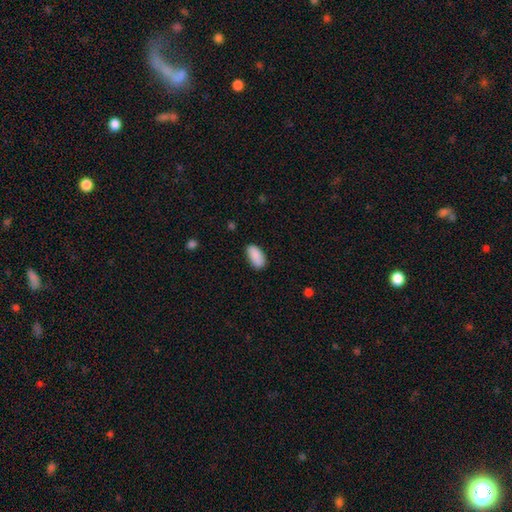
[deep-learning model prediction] A smooth galaxy with no disk features (90%) that is in between round and cigar-shaped (92%).

Vote fractions:
- Smooth or featured? smooth: 90% / star or artifact: 6% / featured or disk: 4%
- How rounded? in between: 92% / cigar-shaped: 6% / round: 2%
- Merging? none: 83% / minor disturbance: 13% / major disturbance: 3% / merger: 1%